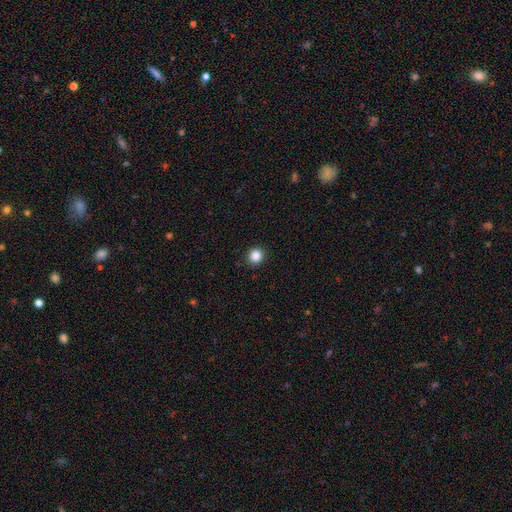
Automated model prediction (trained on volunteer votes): Smooth or featured?
  - smooth: 86% *
  - star or artifact: 11%
  - featured or disk: 3%
How rounded?
  - round: 90% *
  - in between: 9%
  - cigar-shaped: 1%
Merging?
  - none: 91% *
  - minor disturbance: 6%
  - major disturbance: 2%
  - merger: 1%